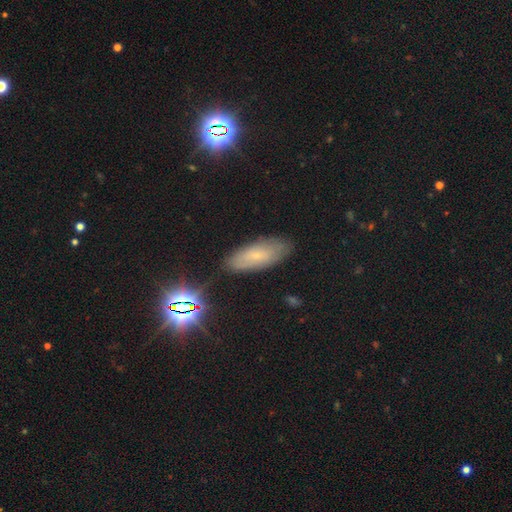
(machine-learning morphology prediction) smooth_or_featured: smooth (p=0.56) [alt: featured or disk p=0.28]
how_rounded: in between (p=0.79) [alt: cigar-shaped p=0.18]
merging: none (p=0.81) [alt: minor disturbance p=0.14]